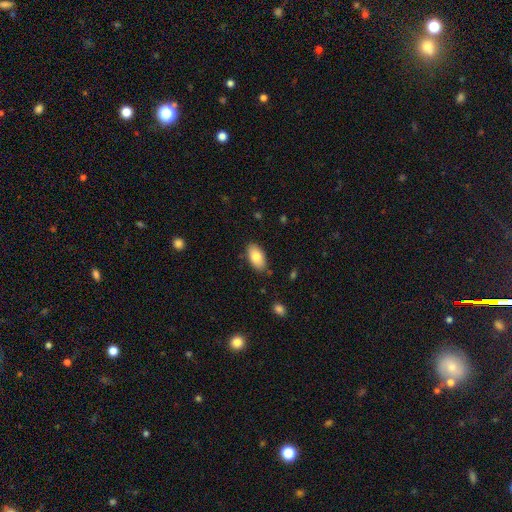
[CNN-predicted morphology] This appears to be a smooth galaxy with no disk features (82%) that is in between round and cigar-shaped (94%). Merging: none (83%).